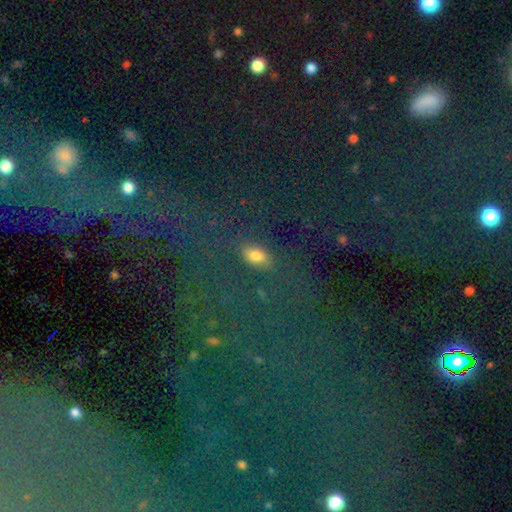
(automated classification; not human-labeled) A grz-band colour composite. It shows a smooth galaxy with no disk features (67%) that is in between round and cigar-shaped (81%). Merging: none (80%).